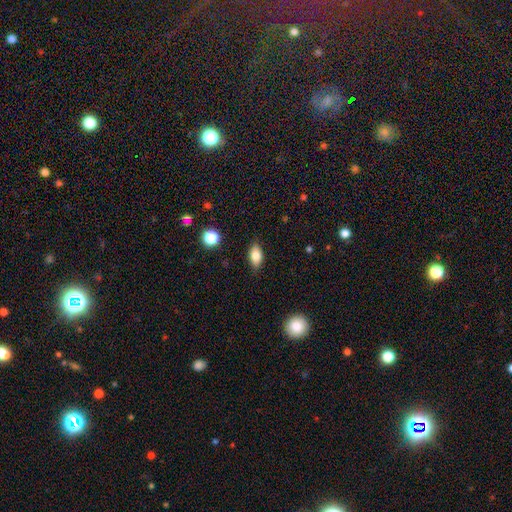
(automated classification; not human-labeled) Smooth or featured: smooth — 78% (featured or disk — 13%)
How rounded: in between — 86% (round — 8%)
Merging: none — 84% (minor disturbance — 12%)